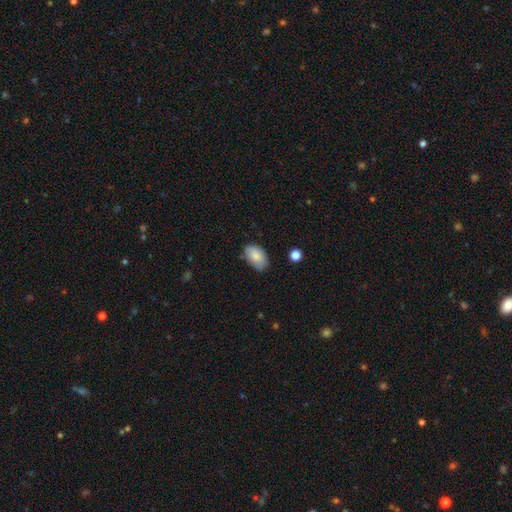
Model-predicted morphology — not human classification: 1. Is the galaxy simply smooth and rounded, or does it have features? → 84% smooth, 9% featured or disk, 7% star or artifact.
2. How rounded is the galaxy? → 92% in between, 7% round, 1% cigar-shaped.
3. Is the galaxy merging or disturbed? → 74% none, 20% minor disturbance, 3% major disturbance, 2% merger.